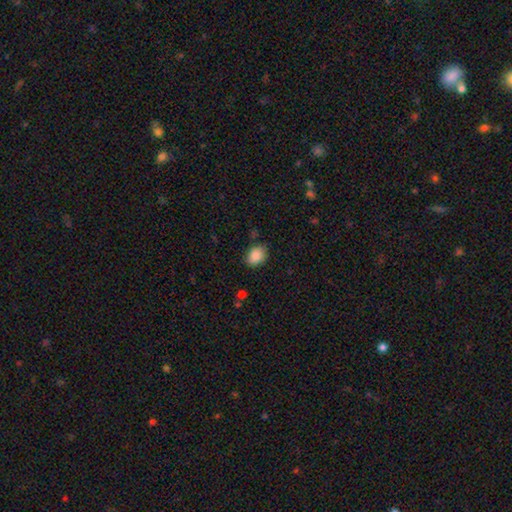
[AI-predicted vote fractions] smooth_or_featured: smooth (p=0.88) [alt: star or artifact p=0.08]
how_rounded: in between (p=0.65) [alt: round p=0.34]
merging: none (p=0.80) [alt: minor disturbance p=0.15]